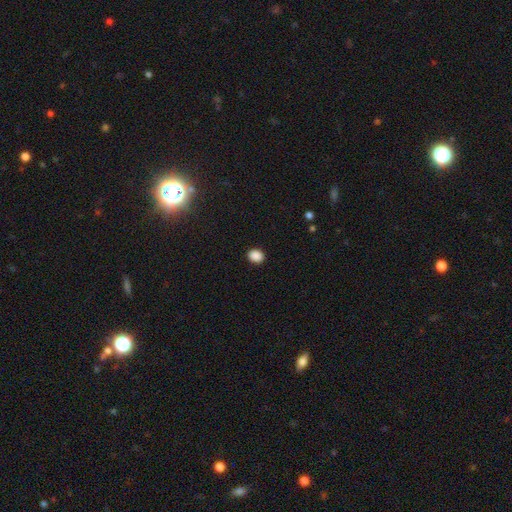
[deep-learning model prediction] Smooth or featured? Predicted: smooth (p=0.89). How rounded? Predicted: round (p=0.54). Merging? Predicted: none (p=0.90).